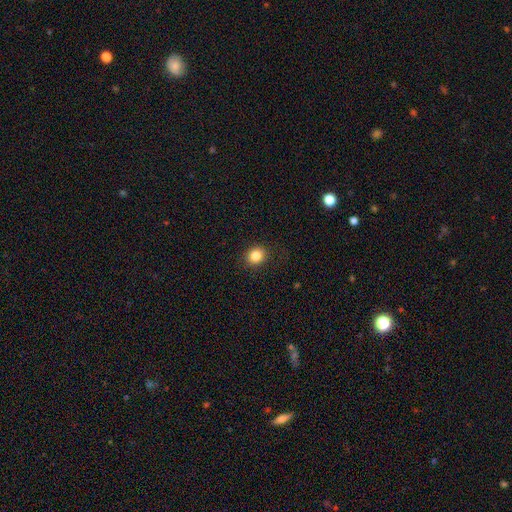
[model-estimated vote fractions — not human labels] Overall: smooth (84%). How rounded: round (73%). Merging: none (89%).